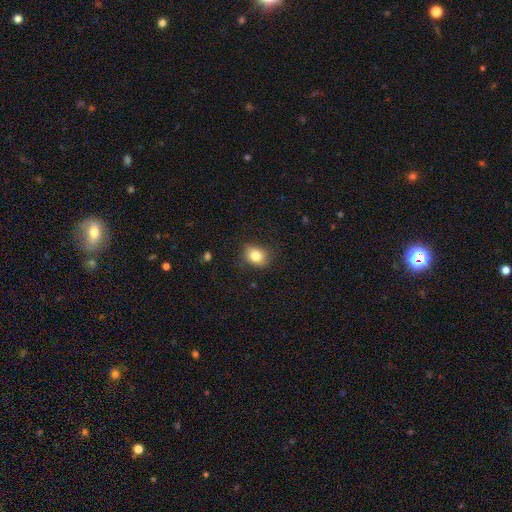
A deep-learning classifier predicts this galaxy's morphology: A smooth galaxy with no disk features (82%) that is in between round and cigar-shaped (55%). Merging: none (80%).